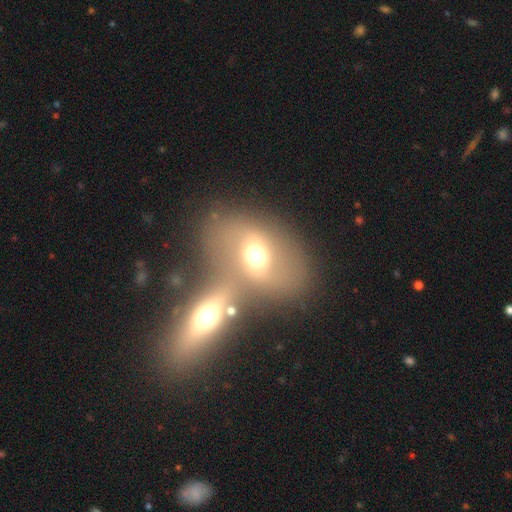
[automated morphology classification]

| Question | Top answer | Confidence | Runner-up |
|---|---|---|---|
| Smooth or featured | smooth | 48% | featured or disk (41%) |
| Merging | merger | 58% | none (27%) |